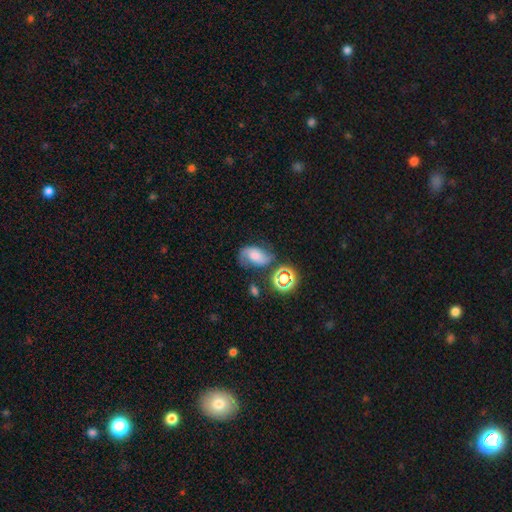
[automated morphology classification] featured or disk 54%, smooth 30%, star or artifact 15%. Down the decision tree: edge-on disk — no (96%); bar — no (59%); spiral arms — yes (90%); bulge size — moderate (32%, tied with small); merging — none (54%).